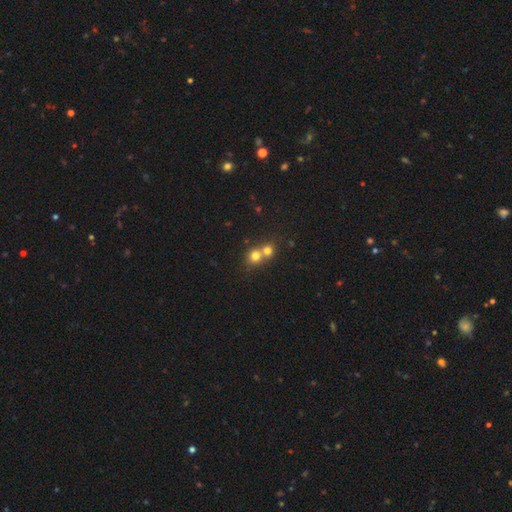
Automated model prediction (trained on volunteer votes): smooth_or_featured: smooth (p=0.75) [alt: star or artifact p=0.14]
how_rounded: round (p=0.84) [alt: in between p=0.15]
merging: merger (p=0.59) [alt: none p=0.35]